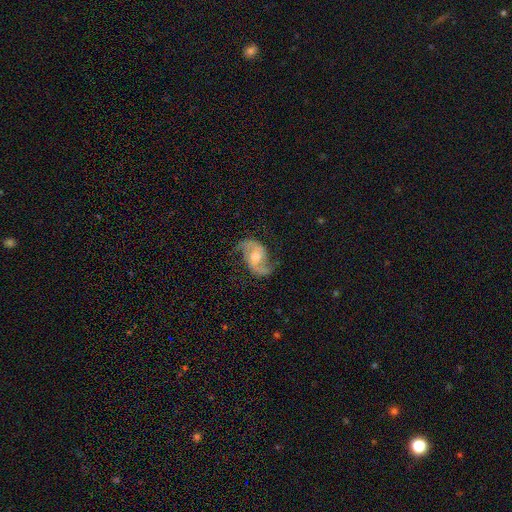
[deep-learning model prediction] This is clearly a featured or disk galaxy (90%). It is clearly not viewed edge-on (98%). Bar: possibly no (49%). Spiral arm pattern: clearly yes (97%). Spiral arm count: clearly 2 (93%). Spiral winding: possibly medium (47%). Central bulge: likely moderate (66%). Merging: likely none (78%).